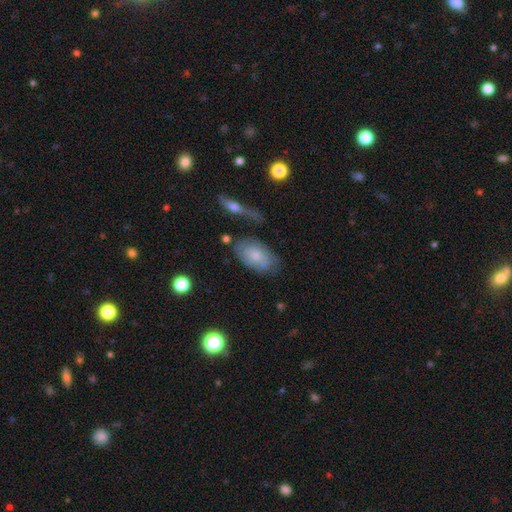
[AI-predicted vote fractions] Smooth or featured? smooth (69%)
How rounded? in between (92%)
Merging? none (65%)